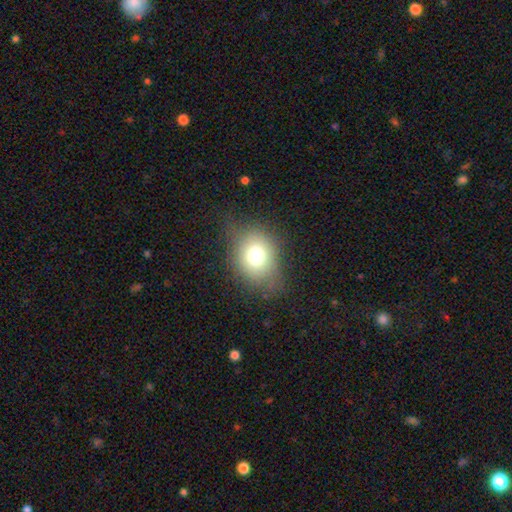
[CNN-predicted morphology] This is likely a smooth galaxy (71%). How rounded: possibly round (51%). Merging: likely none (69%).